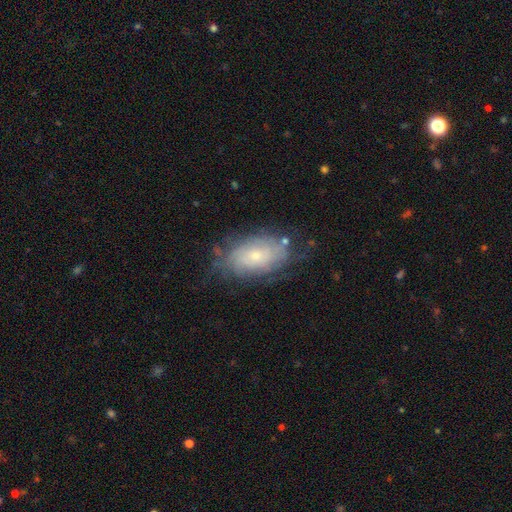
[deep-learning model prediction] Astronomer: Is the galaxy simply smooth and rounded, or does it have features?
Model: featured or disk — 58% (runner-up: smooth, 33%).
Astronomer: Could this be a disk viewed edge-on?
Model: no — 93%.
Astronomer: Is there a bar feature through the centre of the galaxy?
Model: no — 82%.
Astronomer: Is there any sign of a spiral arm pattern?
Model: yes — 72%.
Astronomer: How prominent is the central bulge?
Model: small — 70%.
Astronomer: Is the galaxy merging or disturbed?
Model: none — 67%.